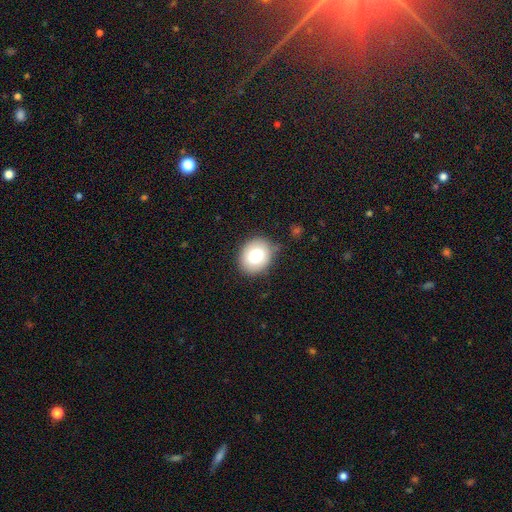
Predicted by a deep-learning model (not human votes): Smooth or featured? smooth (78%)
How rounded? round (55%)
Merging? none (80%)